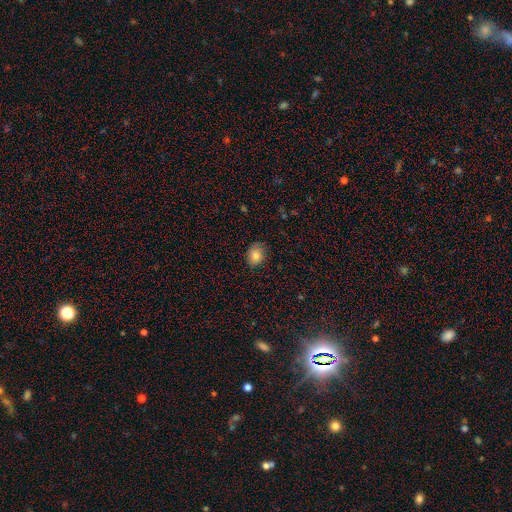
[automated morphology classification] smooth 81%, featured or disk 10%, star or artifact 10%. Down the decision tree: how rounded — in between (51%); merging — none (72%).